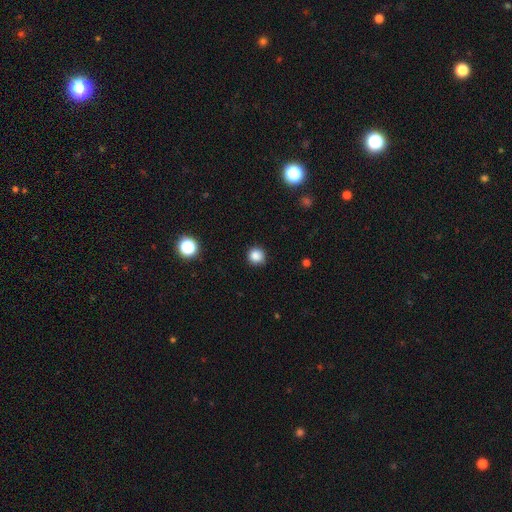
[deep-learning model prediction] A smooth galaxy with no disk features (85%) that is round (93%).

Vote fractions:
- Smooth or featured? smooth: 85% / star or artifact: 12% / featured or disk: 3%
- How rounded? round: 93% / in between: 6% / cigar-shaped: 1%
- Merging? none: 87% / minor disturbance: 9% / major disturbance: 2% / merger: 1%